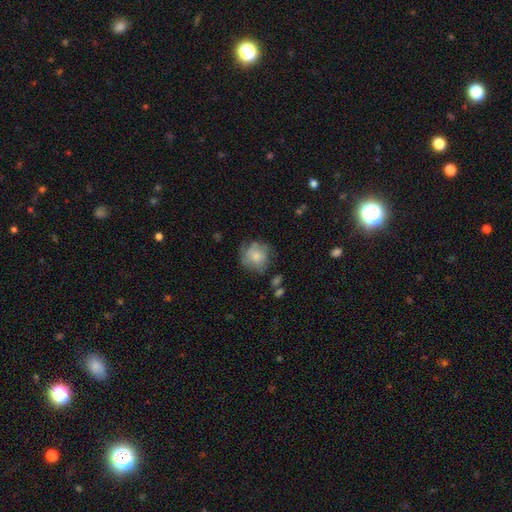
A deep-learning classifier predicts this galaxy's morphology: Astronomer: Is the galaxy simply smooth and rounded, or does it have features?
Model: smooth — 68%.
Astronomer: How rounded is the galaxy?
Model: round — 86%.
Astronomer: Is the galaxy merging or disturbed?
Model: none — 64%.